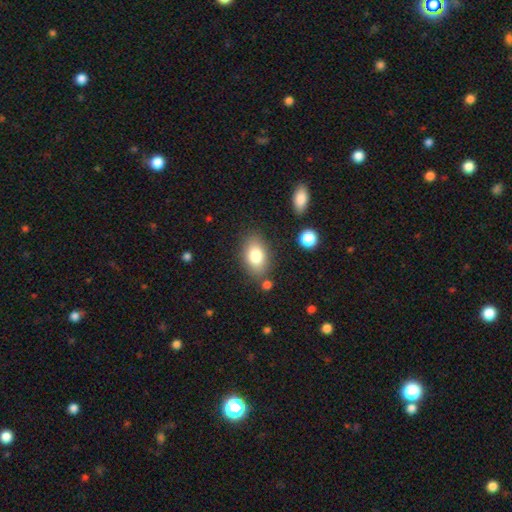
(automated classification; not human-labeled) smooth 80%, featured or disk 12%, star or artifact 8%. Down the decision tree: how rounded — in between (87%); merging — none (79%).